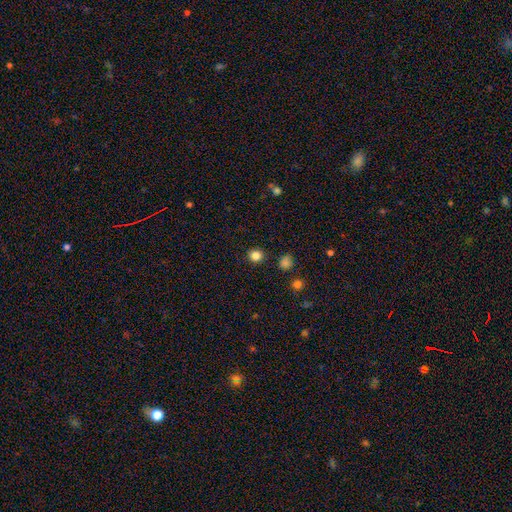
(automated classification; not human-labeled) Morphology: type=smooth (83%); roundness=round (90%); merging=none (91%).